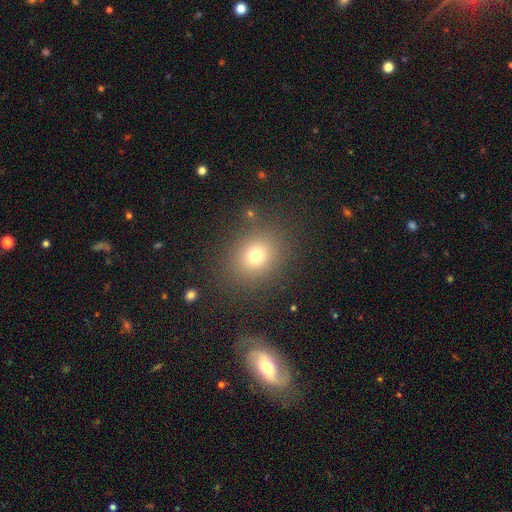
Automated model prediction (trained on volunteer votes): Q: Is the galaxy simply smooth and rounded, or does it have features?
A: smooth — 75%.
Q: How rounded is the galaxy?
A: round — 67%.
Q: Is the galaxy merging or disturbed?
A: none — 85%.